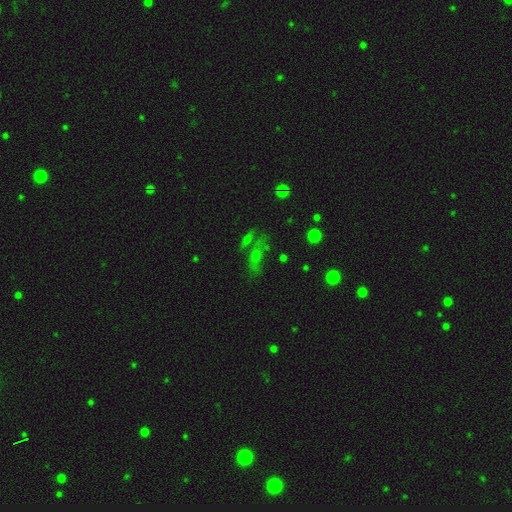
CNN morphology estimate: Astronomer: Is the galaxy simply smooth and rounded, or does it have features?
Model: star or artifact — 39% (runner-up: smooth, 32%).